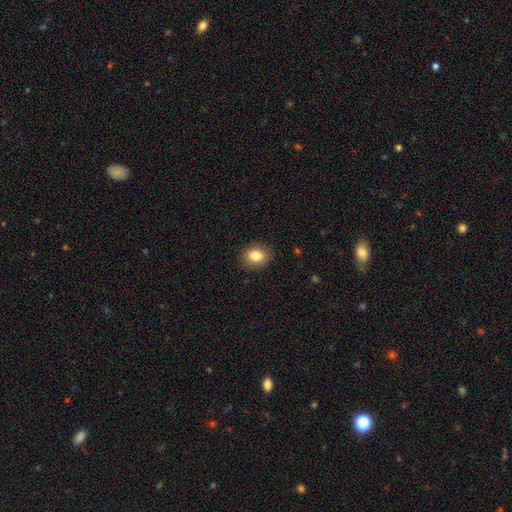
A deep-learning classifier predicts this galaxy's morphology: This is clearly a smooth galaxy (85%). How rounded: possibly round (53%). Merging: clearly none (88%).